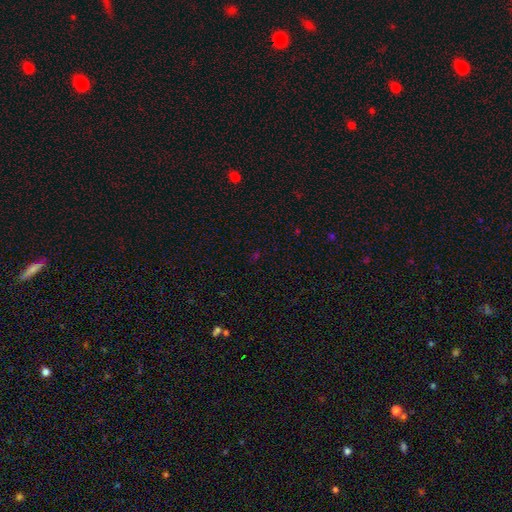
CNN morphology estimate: smooth-or-featured: star or artifact: 61% | smooth: 32% | featured or disk: 7%